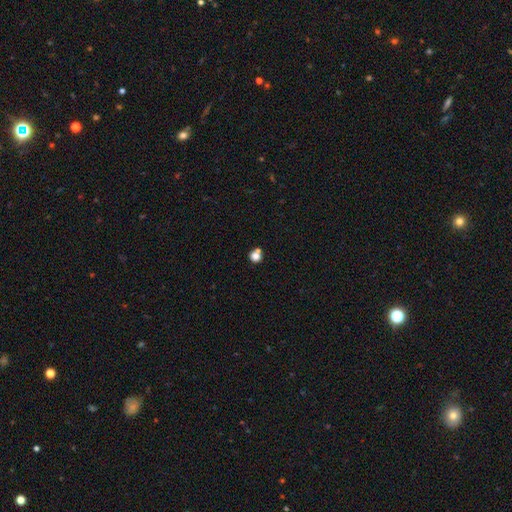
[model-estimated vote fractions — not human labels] smooth_or_featured: smooth (p=0.77) [alt: star or artifact p=0.16]
how_rounded: round (p=0.87) [alt: in between p=0.12]
merging: none (p=0.63) [alt: merger p=0.23]